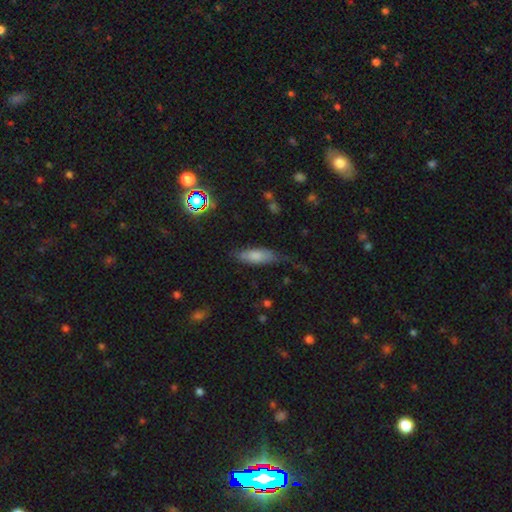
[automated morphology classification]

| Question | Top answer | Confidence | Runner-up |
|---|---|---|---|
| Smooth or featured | smooth | 75% | featured or disk (17%) |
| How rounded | in between | 60% | cigar-shaped (38%) |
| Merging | none | 61% | minor disturbance (27%) |